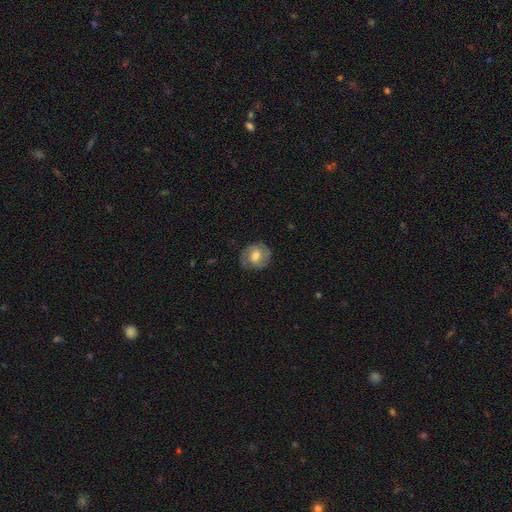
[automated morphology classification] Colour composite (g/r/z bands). It shows a featured or disk galaxy (49%). Merging: none (74%).